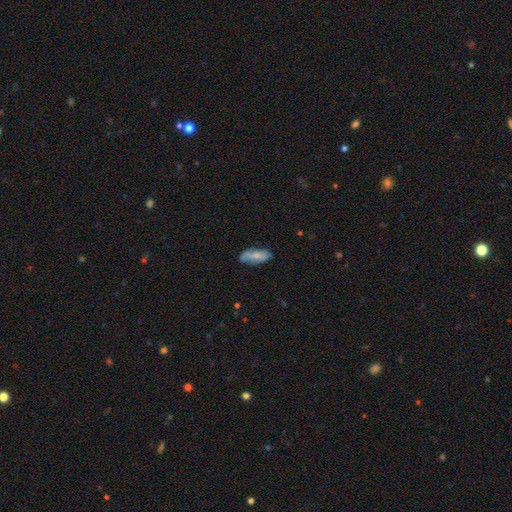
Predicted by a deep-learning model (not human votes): Smooth or featured? smooth (64%)
How rounded? in between (67%)
Merging? none (70%)